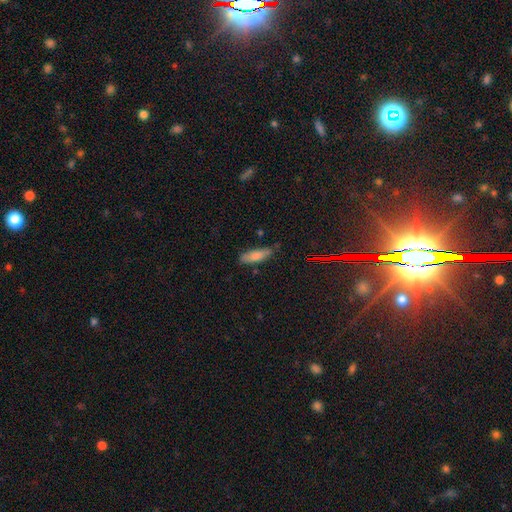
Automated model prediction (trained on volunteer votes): smooth 81%, featured or disk 11%, star or artifact 8%. Down the decision tree: how rounded — in between (54%); merging — none (73%).